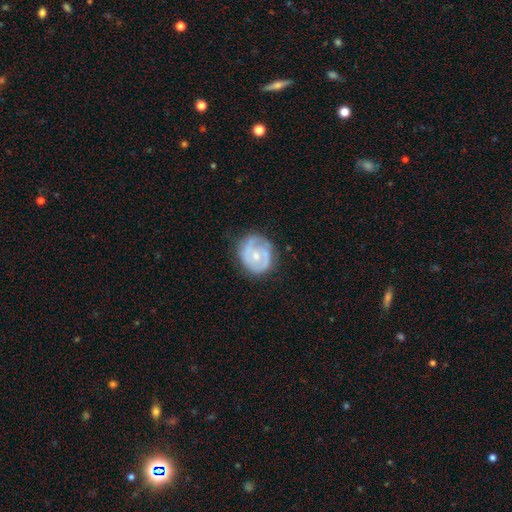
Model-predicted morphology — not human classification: A featured or disk galaxy (66%) with no bar (73%), spiral arms (71%) and a small central bulge (50%). Merging: none (67%).